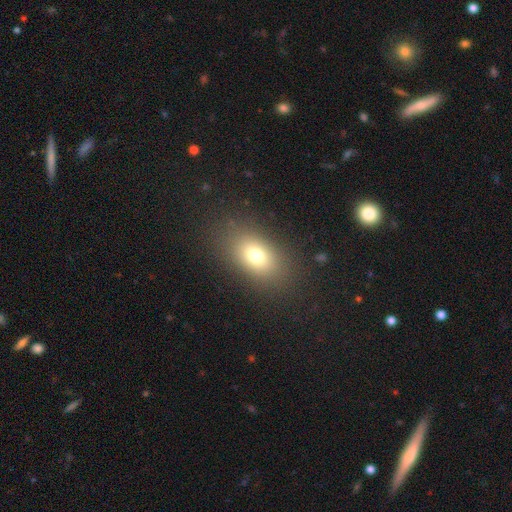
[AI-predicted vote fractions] Q: Smooth or featured?
A: smooth (74%); runner-up: featured or disk (13%)
Q: How rounded?
A: in between (79%); runner-up: round (18%)
Q: Merging?
A: none (83%); runner-up: minor disturbance (10%)